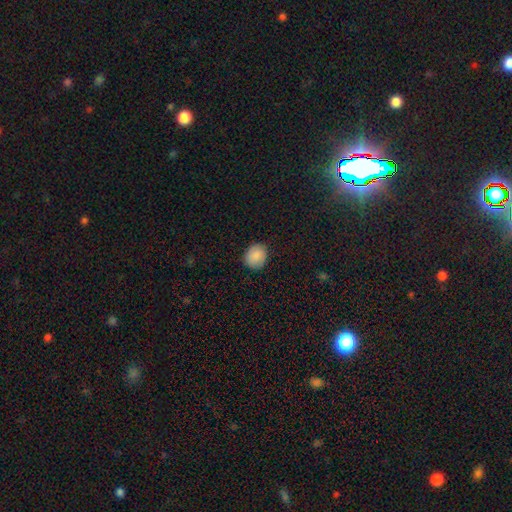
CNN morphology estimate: smooth_or_featured: smooth (p=0.88) [alt: star or artifact p=0.08]
how_rounded: round (p=0.67) [alt: in between p=0.32]
merging: none (p=0.86) [alt: minor disturbance p=0.10]